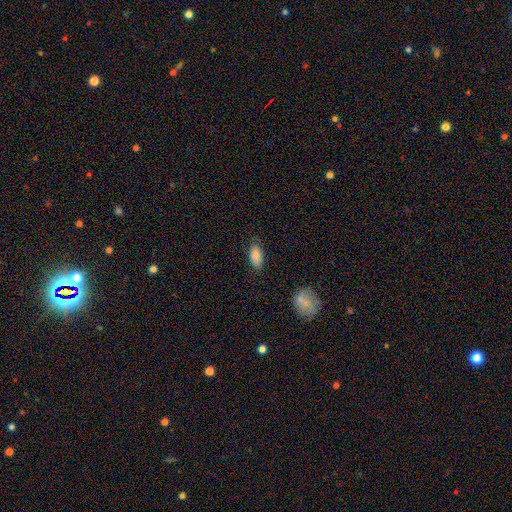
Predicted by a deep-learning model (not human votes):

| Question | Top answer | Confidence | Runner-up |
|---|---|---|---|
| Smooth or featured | smooth | 85% | featured or disk (8%) |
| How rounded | in between | 91% | cigar-shaped (5%) |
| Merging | none | 79% | minor disturbance (16%) |